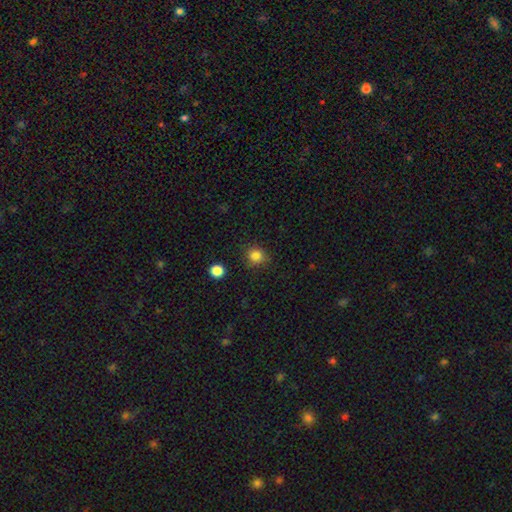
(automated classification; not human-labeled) Morphology: type=smooth (83%); roundness=round (85%); merging=none (85%).